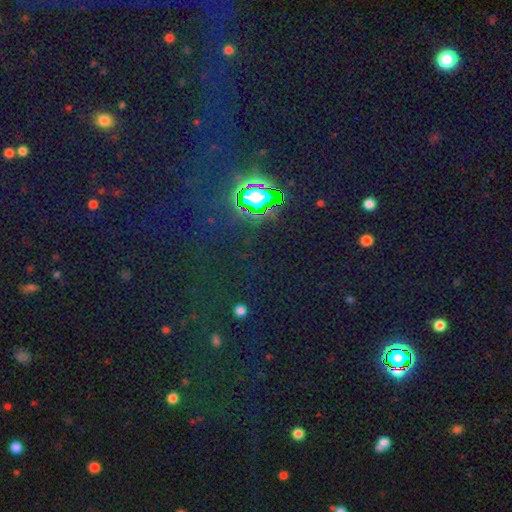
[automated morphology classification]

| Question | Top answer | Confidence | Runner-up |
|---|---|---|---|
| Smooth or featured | star or artifact | 79% | smooth (14%) |